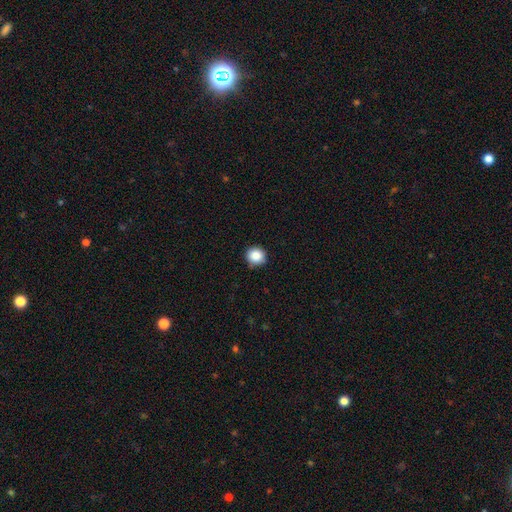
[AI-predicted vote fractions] This appears to be a smooth galaxy with no disk features (88%) that is round (90%). Merging: none (87%).